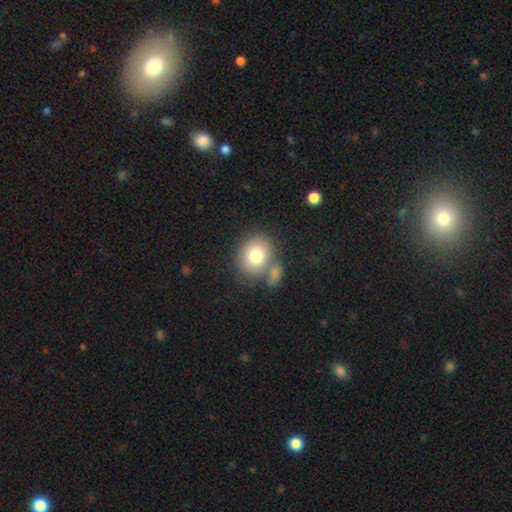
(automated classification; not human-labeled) Q: Smooth or featured?
A: smooth (77%); runner-up: featured or disk (14%)
Q: How rounded?
A: round (70%); runner-up: in between (30%)
Q: Merging?
A: none (58%); runner-up: merger (24%)